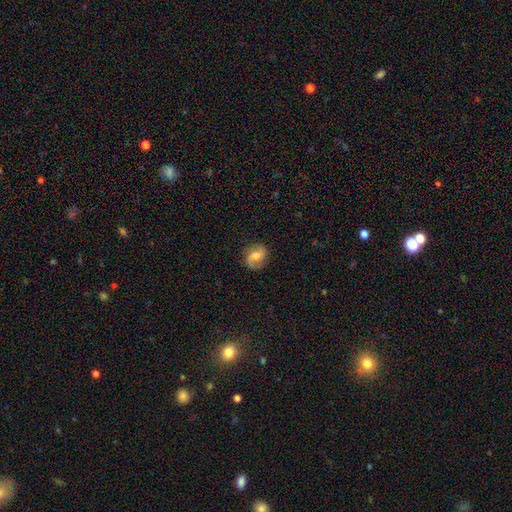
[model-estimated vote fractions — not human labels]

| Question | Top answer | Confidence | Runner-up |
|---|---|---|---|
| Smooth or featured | featured or disk | 58% | smooth (34%) |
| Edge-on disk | no | 97% | yes (3%) |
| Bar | weak | 42% | no (41%) |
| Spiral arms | yes | 87% | no (13%) |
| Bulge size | moderate | 67% | small (22%) |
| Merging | none | 83% | minor disturbance (12%) |